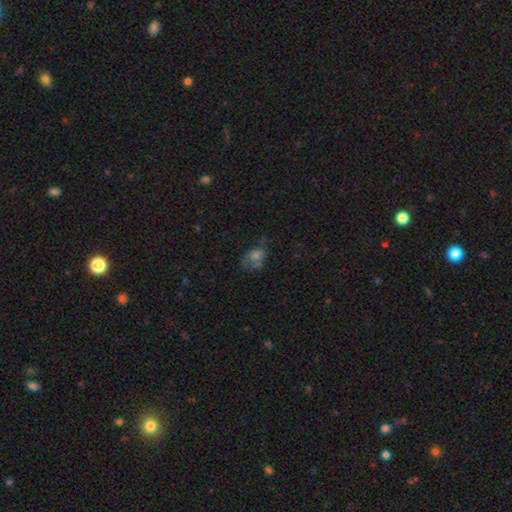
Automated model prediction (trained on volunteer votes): Smooth or featured: smooth — 49% (featured or disk — 29%)
Merging: none — 38% (major disturbance — 25%)